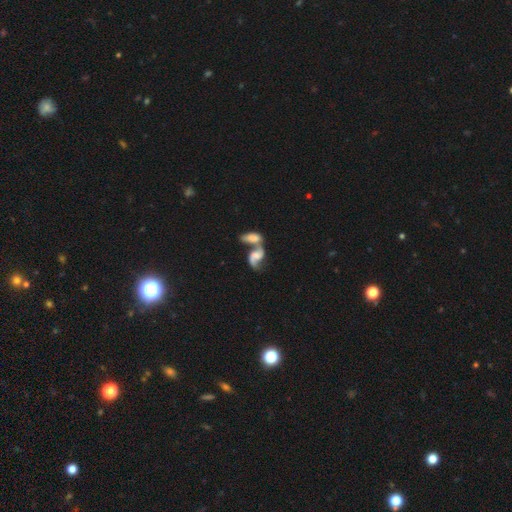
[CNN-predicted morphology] A featured or disk galaxy (68%) with no bar (57%), 2 (82%) loose (67%) spiral arms (86%) and no central bulge (33%). Merging: merger (71%).